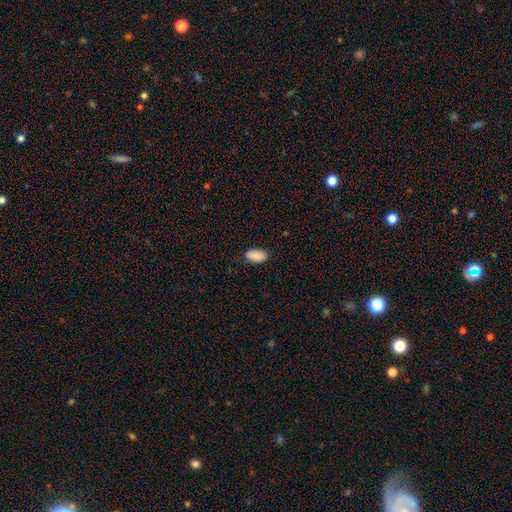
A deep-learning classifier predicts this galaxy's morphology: A smooth galaxy with no disk features (88%) that is in between round and cigar-shaped (94%). Merging: none (80%).